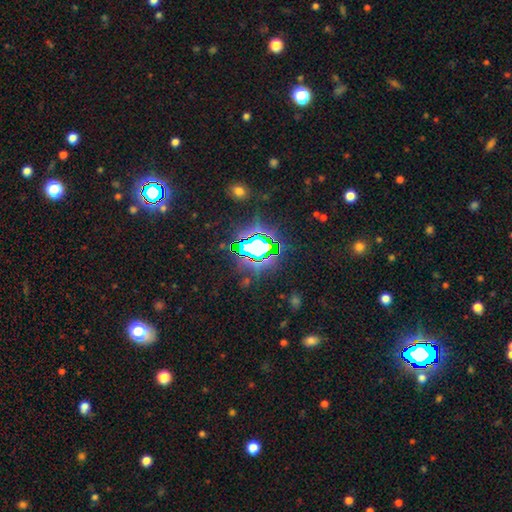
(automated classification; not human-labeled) A star or artifact, not a galaxy (82%).

Vote fractions:
- Smooth or featured? star or artifact: 82% / smooth: 11% / featured or disk: 7%